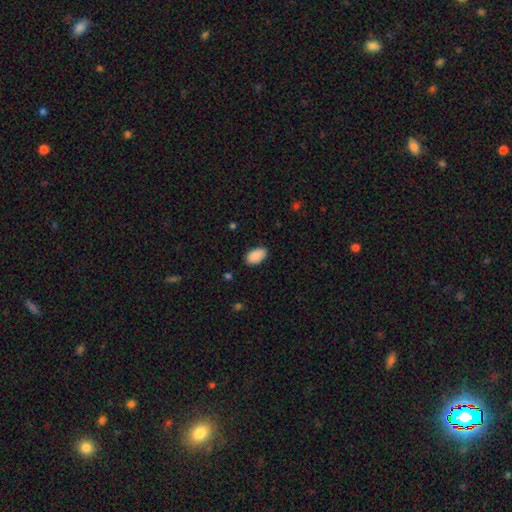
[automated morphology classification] A smooth galaxy with no disk features (90%) that is in between round and cigar-shaped (94%).

Vote fractions:
- Smooth or featured? smooth: 90% / star or artifact: 7% / featured or disk: 3%
- How rounded? in between: 94% / round: 5% / cigar-shaped: 1%
- Merging? none: 86% / minor disturbance: 11% / major disturbance: 2% / merger: 1%